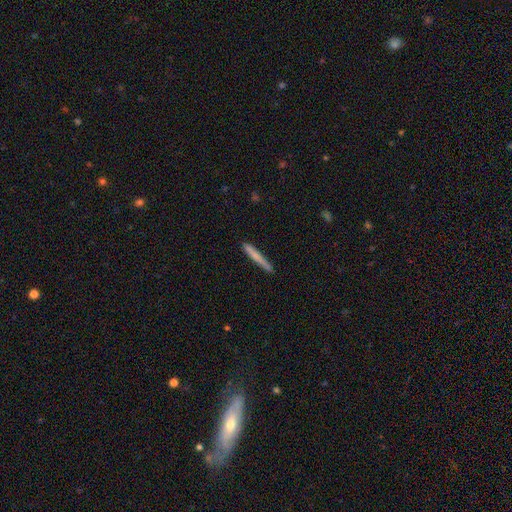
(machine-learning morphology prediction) Smooth or featured: smooth — 70% (featured or disk — 24%)
How rounded: cigar-shaped — 96% (in between — 2%)
Merging: none — 86% (minor disturbance — 11%)